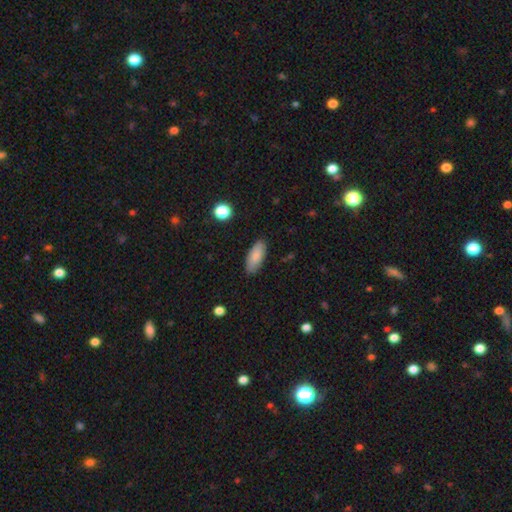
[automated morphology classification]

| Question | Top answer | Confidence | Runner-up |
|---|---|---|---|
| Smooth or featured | smooth | 82% | featured or disk (11%) |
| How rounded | in between | 84% | cigar-shaped (13%) |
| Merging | none | 86% | minor disturbance (11%) |